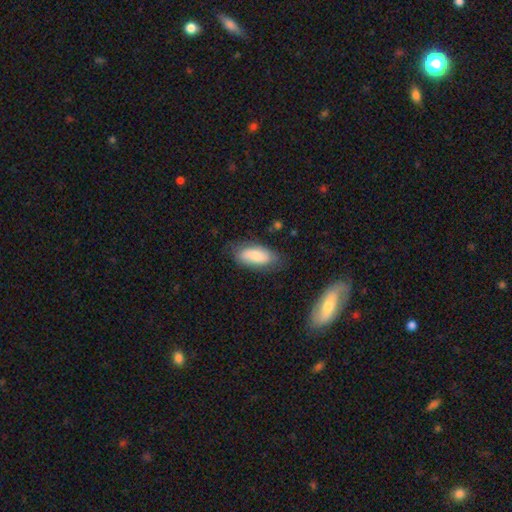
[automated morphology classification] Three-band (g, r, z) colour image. It shows a smooth galaxy with no disk features (76%) that is in between round and cigar-shaped (87%). Merging: none (70%).